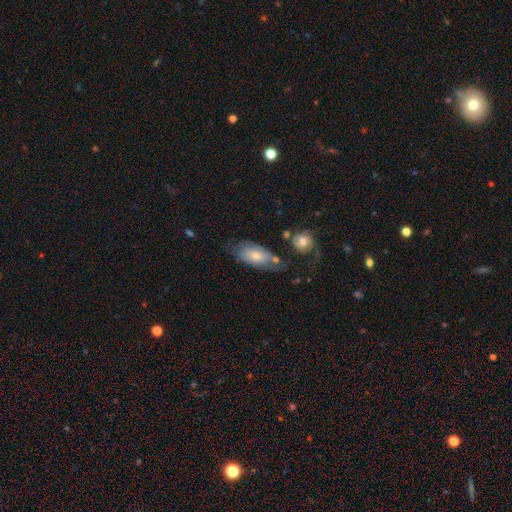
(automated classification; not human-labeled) Smooth or featured? smooth (68%)
How rounded? in between (90%)
Merging? none (46%)